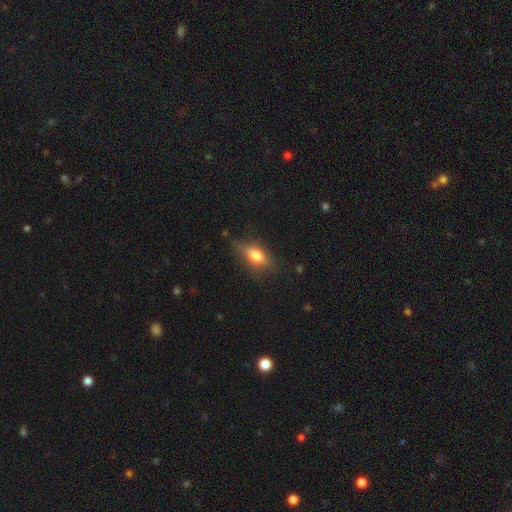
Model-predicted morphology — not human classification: Smooth or featured?
  - smooth: 75% *
  - featured or disk: 17%
  - star or artifact: 8%
How rounded?
  - in between: 80% *
  - cigar-shaped: 14%
  - round: 6%
Merging?
  - none: 68% *
  - minor disturbance: 23%
  - major disturbance: 7%
  - merger: 2%